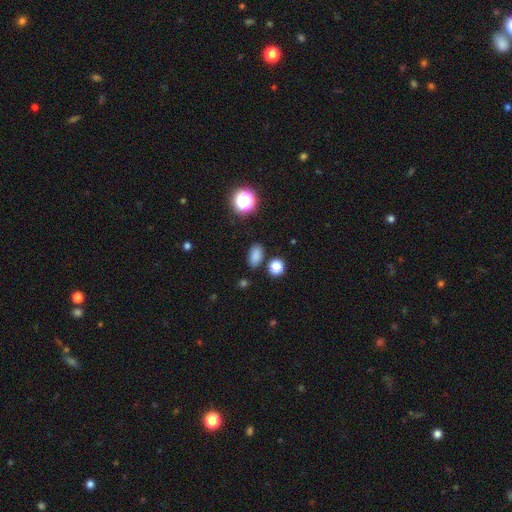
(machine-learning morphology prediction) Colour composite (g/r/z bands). It shows a smooth galaxy with no disk features (81%) that is in between round and cigar-shaped (86%). Merging: none (83%).